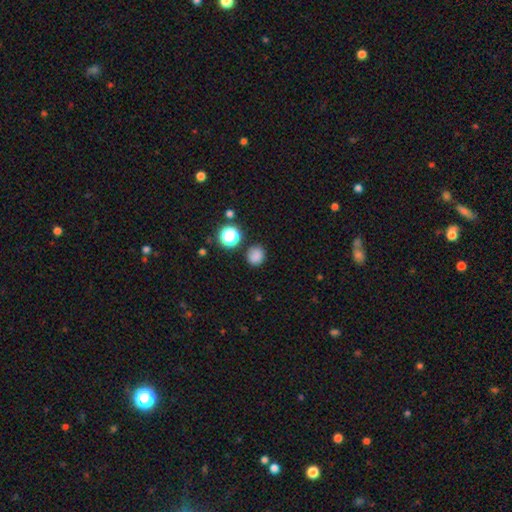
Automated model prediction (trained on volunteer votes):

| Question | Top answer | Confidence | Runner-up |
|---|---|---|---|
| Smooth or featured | smooth | 81% | star or artifact (15%) |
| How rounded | round | 81% | in between (18%) |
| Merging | none | 84% | minor disturbance (10%) |